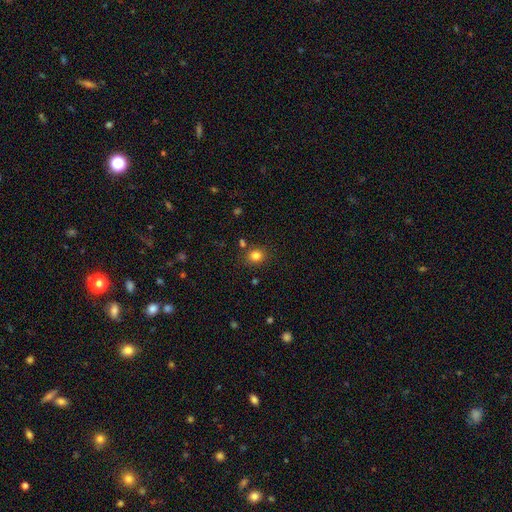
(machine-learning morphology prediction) This is clearly a smooth galaxy (82%). How rounded: likely round (66%). Merging: clearly none (83%).